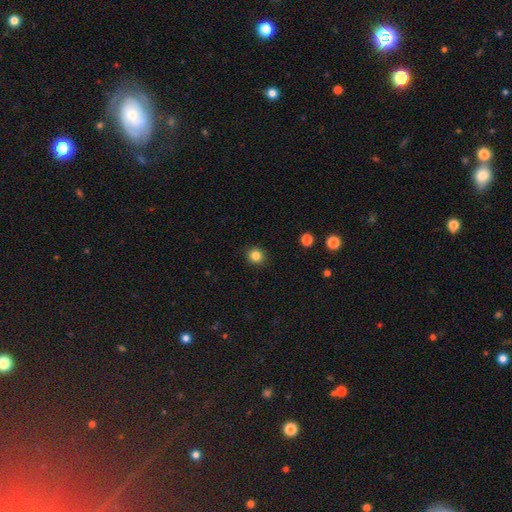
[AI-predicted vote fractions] Overall: smooth (84%). How rounded: round (88%). Merging: none (92%).